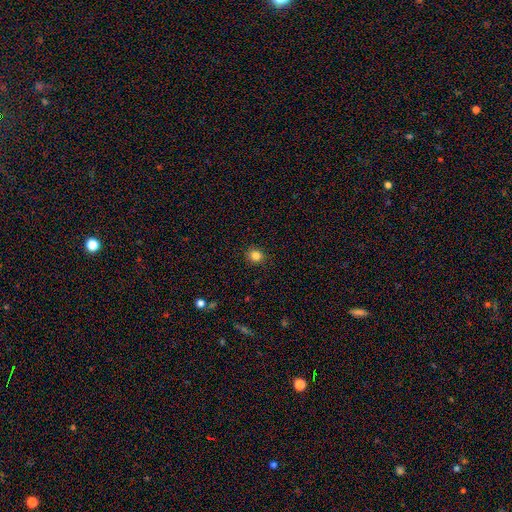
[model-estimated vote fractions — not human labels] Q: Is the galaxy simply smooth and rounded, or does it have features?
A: smooth — 83%.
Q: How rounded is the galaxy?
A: round — 81%.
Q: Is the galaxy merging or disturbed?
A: none — 90%.